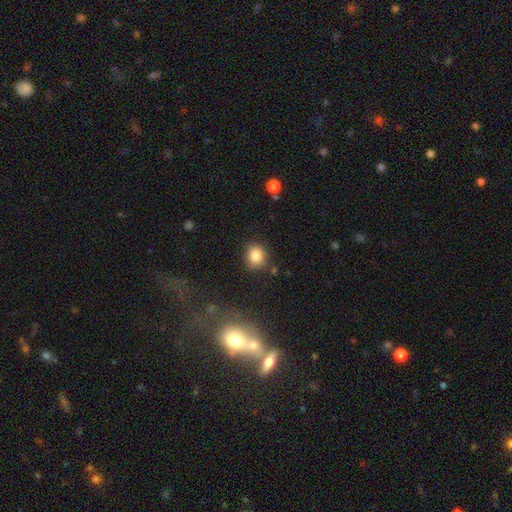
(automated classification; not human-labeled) Q: Smooth or featured?
A: smooth (83%); runner-up: star or artifact (11%)
Q: How rounded?
A: round (77%); runner-up: in between (22%)
Q: Merging?
A: none (82%); runner-up: minor disturbance (12%)